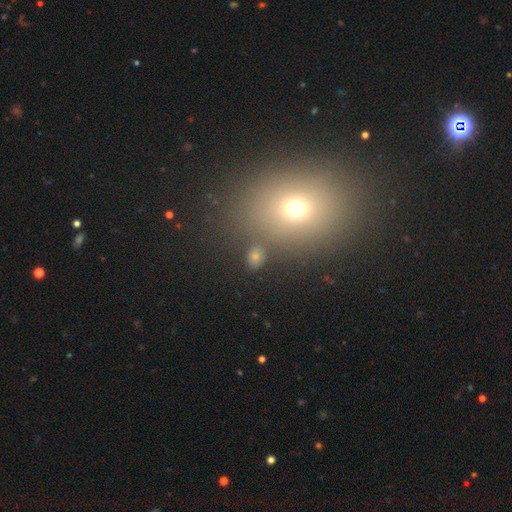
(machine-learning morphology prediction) Smooth or featured: smooth — 63% (star or artifact — 24%)
How rounded: in between — 50% (round — 47%)
Merging: none — 77% (minor disturbance — 10%)